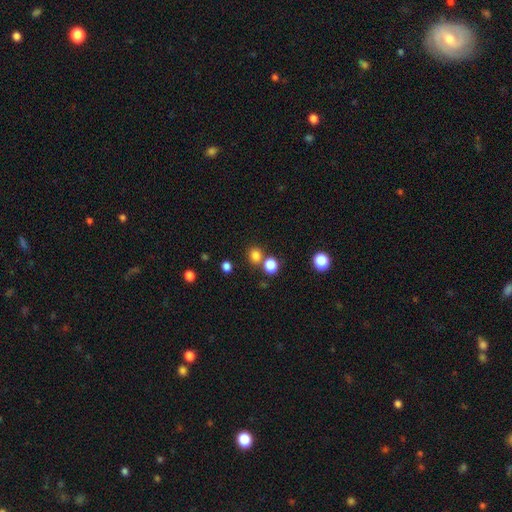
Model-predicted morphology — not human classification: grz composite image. It shows a smooth galaxy with no disk features (80%) that is round (82%). Merging: none (67%).